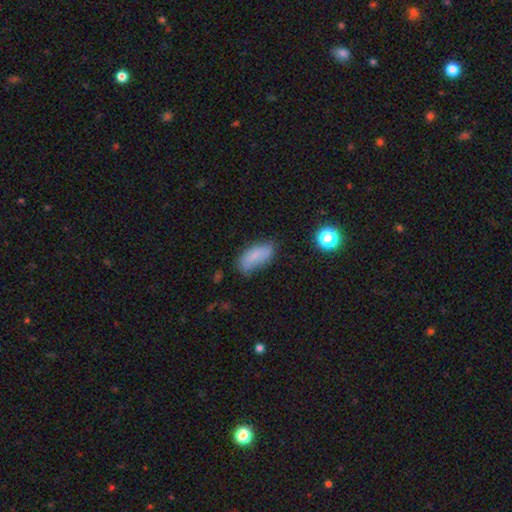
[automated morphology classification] Overall: smooth (74%). How rounded: in between (87%). Merging: none (62%; minor disturbance 28%).